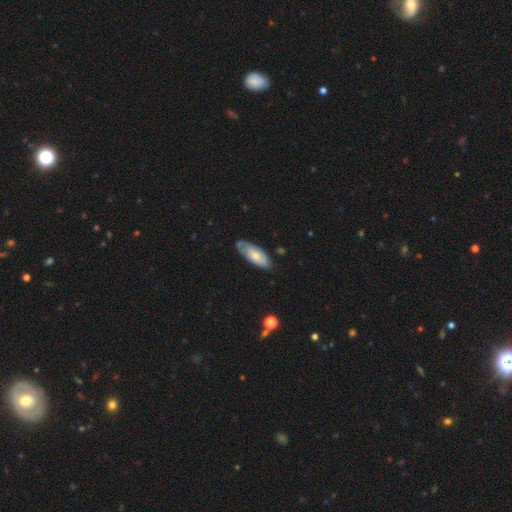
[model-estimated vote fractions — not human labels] The model was most divided on "smooth or featured": smooth: 58%, featured or disk: 36%, star or artifact: 5%. More confident: how rounded — in between (77%); merging — none (68%).